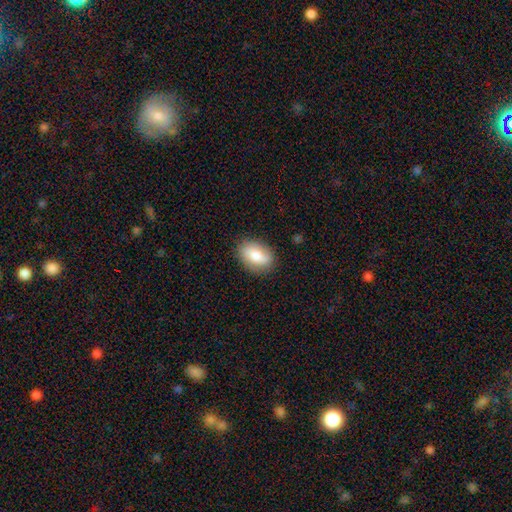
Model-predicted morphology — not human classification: The model was most divided on "smooth or featured": smooth: 76%, featured or disk: 17%, star or artifact: 7%. More confident: how rounded — in between (86%); merging — none (84%).